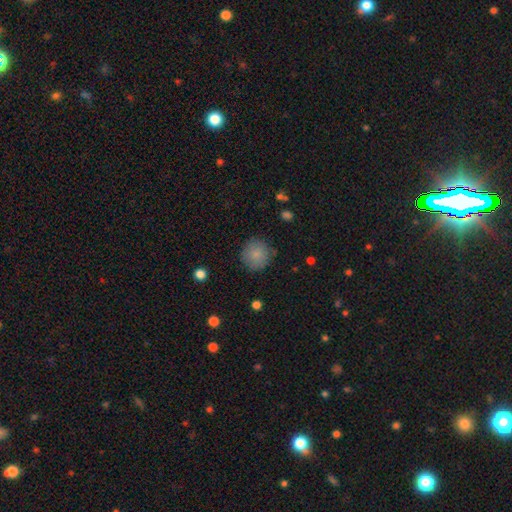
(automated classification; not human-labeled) This is clearly a smooth galaxy (85%). How rounded: clearly round (93%). Merging: clearly none (85%).